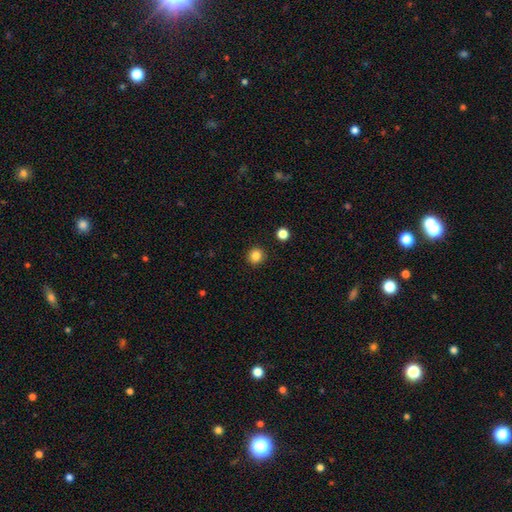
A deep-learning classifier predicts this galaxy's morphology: smooth-or-featured: smooth: 85% | star or artifact: 11% | featured or disk: 4%
  how-rounded: round: 92% | in between: 7% | cigar-shaped: 1%
  merging: none: 92% | minor disturbance: 5% | major disturbance: 2% | merger: 2%